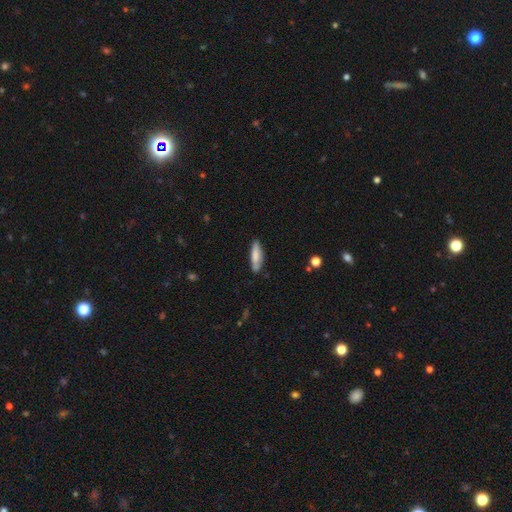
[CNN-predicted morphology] This is likely a smooth galaxy (76%). How rounded: likely cigar-shaped (62%). Merging: likely none (77%).